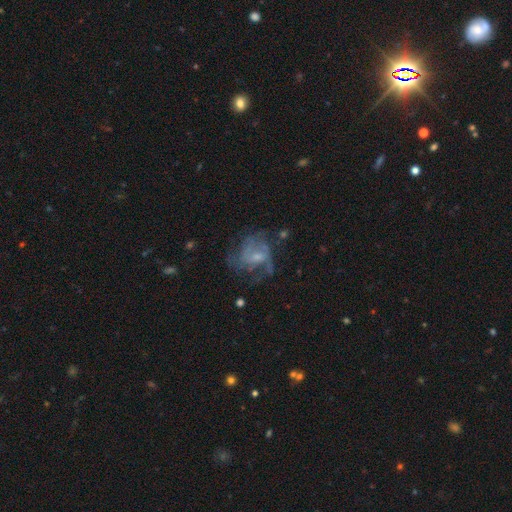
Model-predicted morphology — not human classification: This is likely a featured or disk galaxy (69%). It is clearly not viewed edge-on (98%). Bar: possibly no (52%). Spiral arm pattern: likely yes (72%). Central bulge: possibly small (50%). Merging: possibly none (46%).